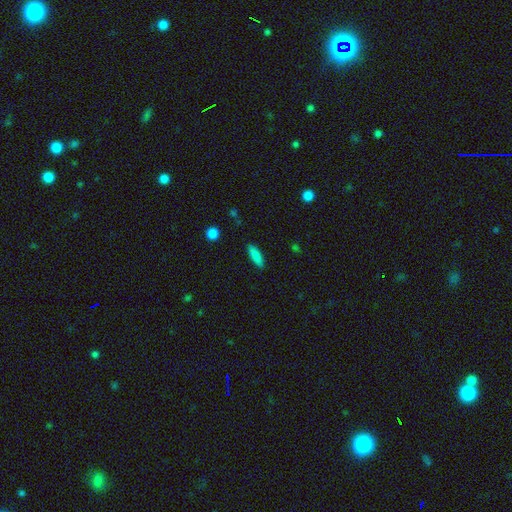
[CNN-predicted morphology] smooth 86%, featured or disk 7%, star or artifact 7%. Down the decision tree: how rounded — cigar-shaped (55%); merging — none (88%).